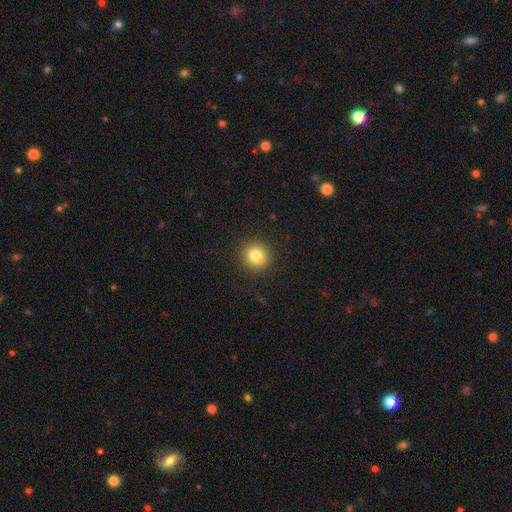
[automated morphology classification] Smooth or featured? smooth (77%)
How rounded? round (89%)
Merging? none (75%)